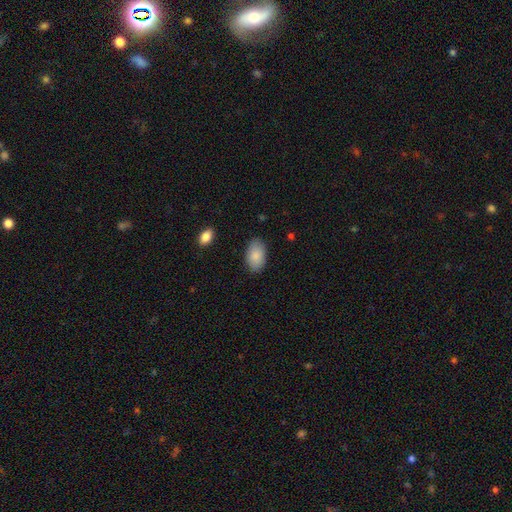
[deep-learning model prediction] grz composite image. It shows a smooth galaxy with no disk features (88%) that is in between round and cigar-shaped (94%). Merging: none (85%).